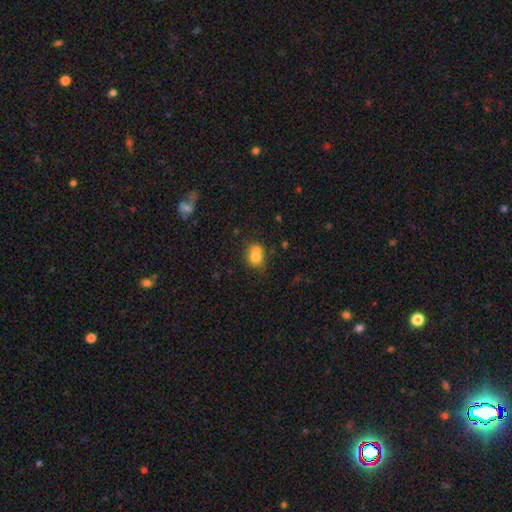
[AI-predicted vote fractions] A smooth galaxy with no disk features (73%) that is round (62%). Merging: merger (43%).